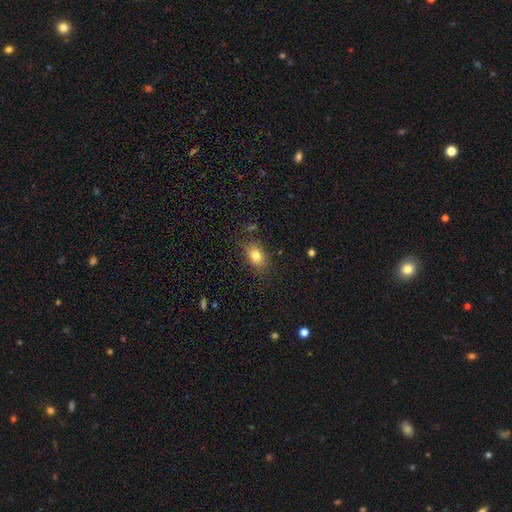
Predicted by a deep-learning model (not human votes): smooth_or_featured: smooth (p=0.81) [alt: star or artifact p=0.10]
how_rounded: in between (p=0.77) [alt: round p=0.22]
merging: none (p=0.80) [alt: minor disturbance p=0.14]